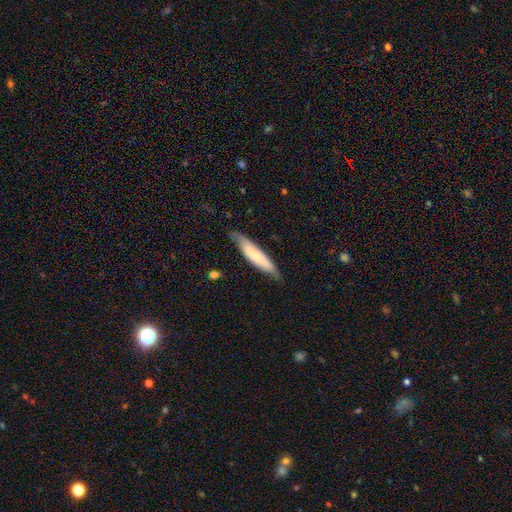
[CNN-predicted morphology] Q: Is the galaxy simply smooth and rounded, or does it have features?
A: smooth — 54%.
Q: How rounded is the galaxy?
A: cigar-shaped — 79%.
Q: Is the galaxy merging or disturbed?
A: none — 73%.